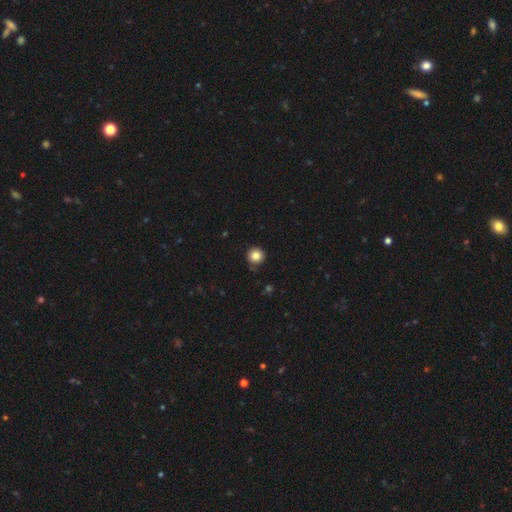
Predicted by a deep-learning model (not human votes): Smooth or featured? Predicted: smooth (p=0.84). How rounded? Predicted: round (p=0.95). Merging? Predicted: none (p=0.87).